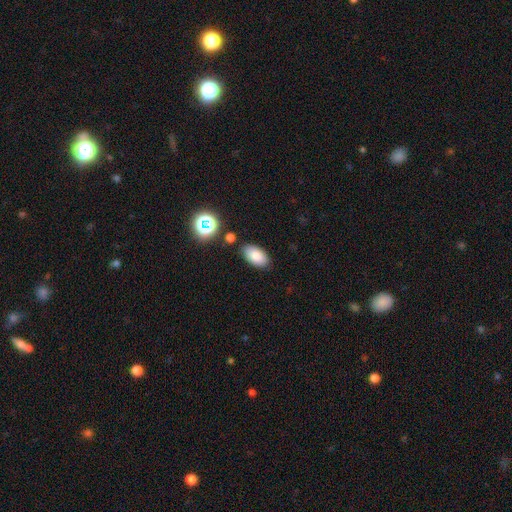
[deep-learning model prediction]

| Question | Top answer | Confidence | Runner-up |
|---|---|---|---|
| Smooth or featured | smooth | 82% | star or artifact (10%) |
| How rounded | in between | 94% | round (4%) |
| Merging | none | 84% | minor disturbance (10%) |